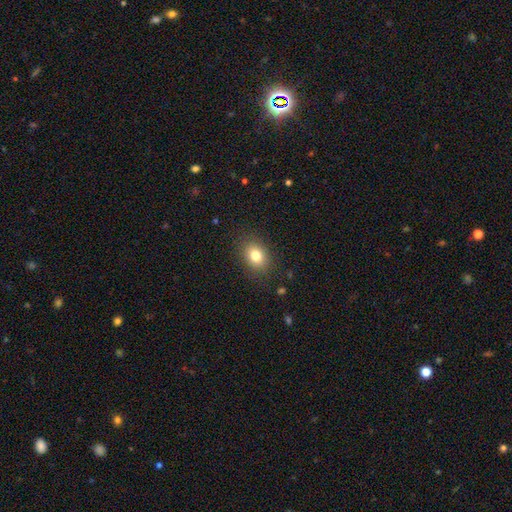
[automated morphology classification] This appears to be a smooth galaxy with no disk features (80%) that is in between round and cigar-shaped (55%). Merging: none (86%).